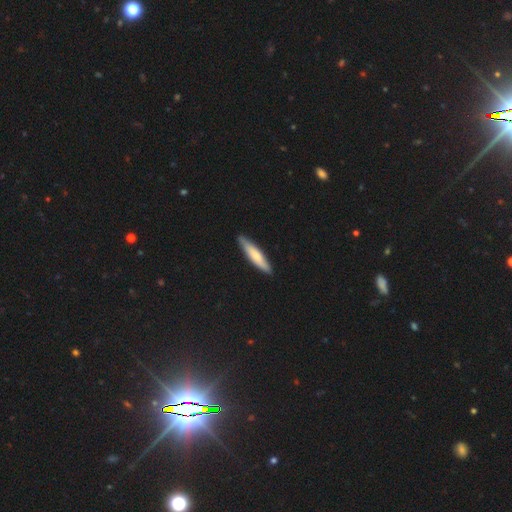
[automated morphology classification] Overall: smooth (69%). How rounded: cigar-shaped (85%). Merging: none (89%).